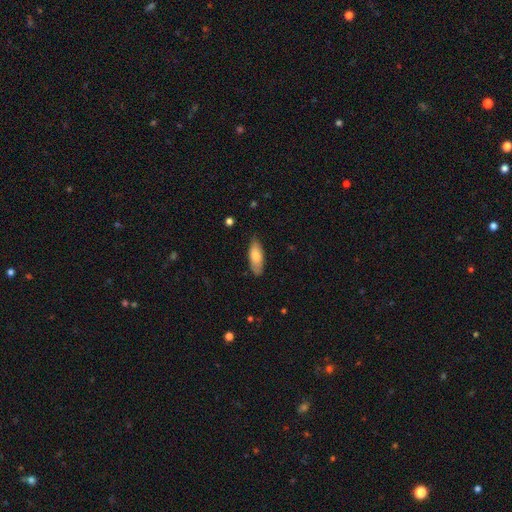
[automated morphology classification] This is likely a smooth galaxy (78%). How rounded: likely in between (71%). Merging: clearly none (81%).